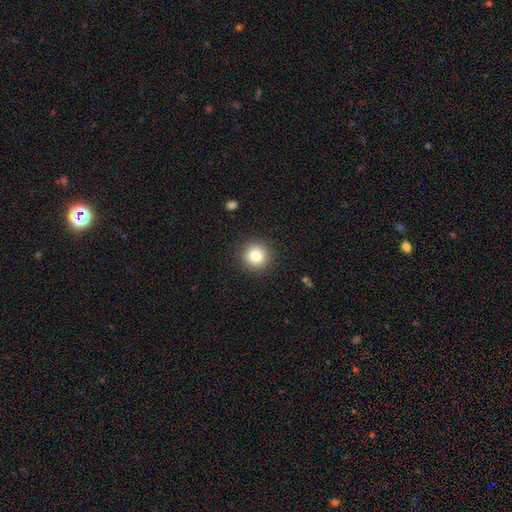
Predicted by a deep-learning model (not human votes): Smooth or featured? Predicted: smooth (p=0.82). How rounded? Predicted: round (p=0.95). Merging? Predicted: none (p=0.91).